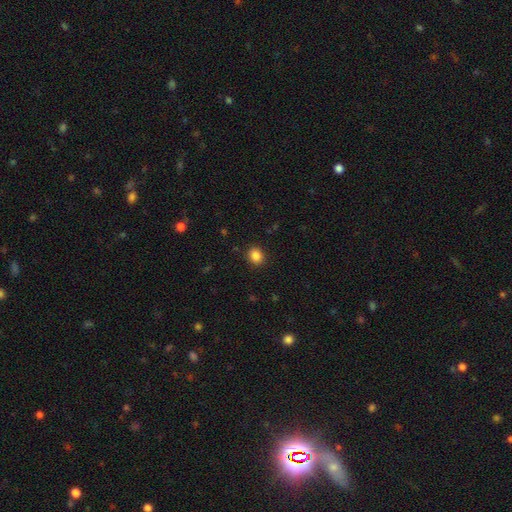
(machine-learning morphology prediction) type=smooth (86%); roundness=round (67%); merging=none (90%).